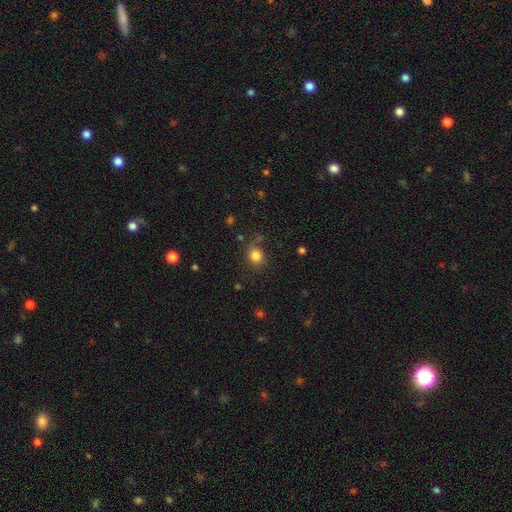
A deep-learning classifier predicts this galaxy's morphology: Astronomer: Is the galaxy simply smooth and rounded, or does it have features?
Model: smooth — 83%.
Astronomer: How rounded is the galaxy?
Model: round — 71%.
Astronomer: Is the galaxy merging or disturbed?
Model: none — 77%.